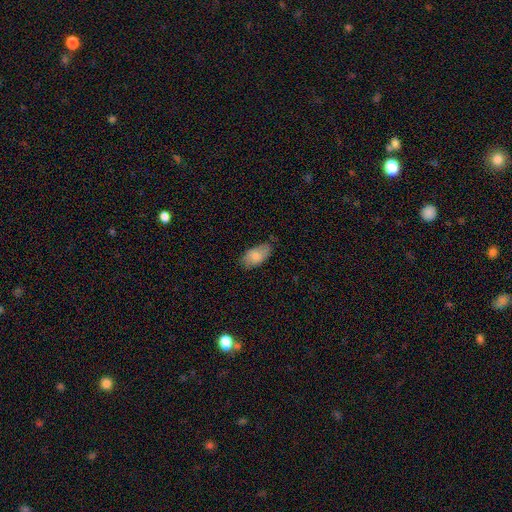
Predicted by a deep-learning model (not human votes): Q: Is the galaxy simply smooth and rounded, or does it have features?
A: smooth — 82%.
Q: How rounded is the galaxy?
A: in between — 94%.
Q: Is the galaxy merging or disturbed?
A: none — 66%.